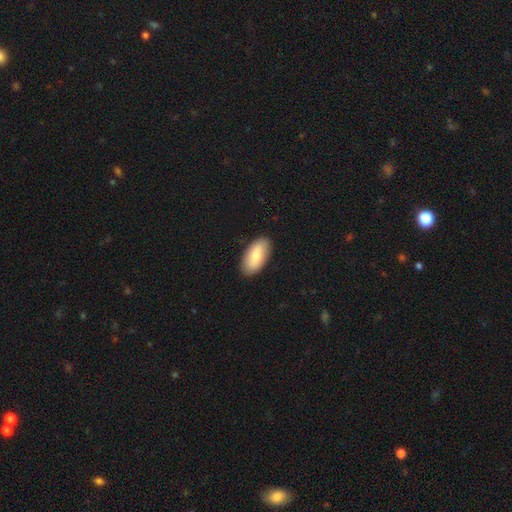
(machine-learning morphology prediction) Smooth or featured? smooth (78%)
How rounded? in between (93%)
Merging? none (89%)